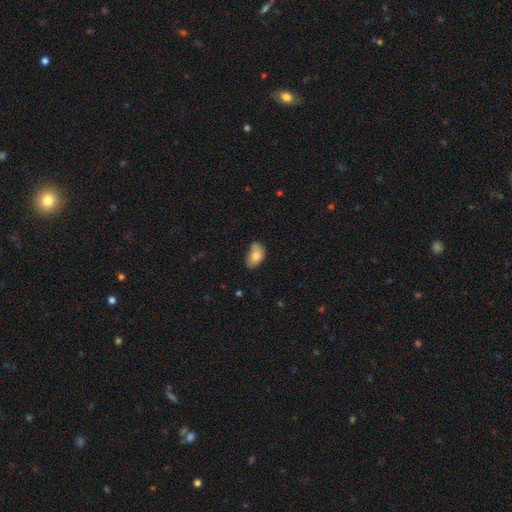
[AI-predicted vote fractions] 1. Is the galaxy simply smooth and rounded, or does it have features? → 76% smooth, 16% featured or disk, 8% star or artifact.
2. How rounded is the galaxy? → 88% in between, 11% round, 1% cigar-shaped.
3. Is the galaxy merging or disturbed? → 44% none, 31% minor disturbance, 17% merger, 8% major disturbance.